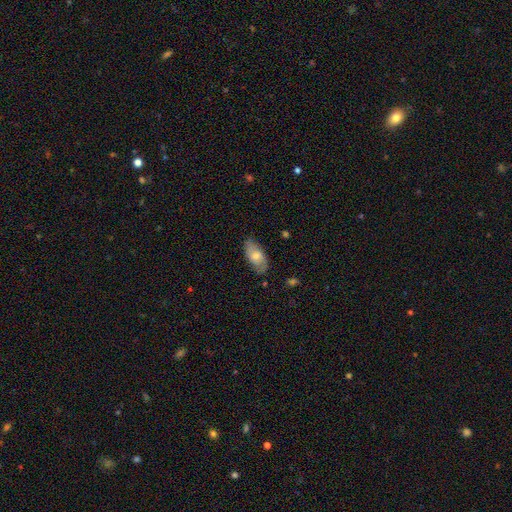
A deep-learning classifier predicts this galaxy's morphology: Smooth or featured? smooth (59%)
How rounded? in between (90%)
Merging? none (77%)